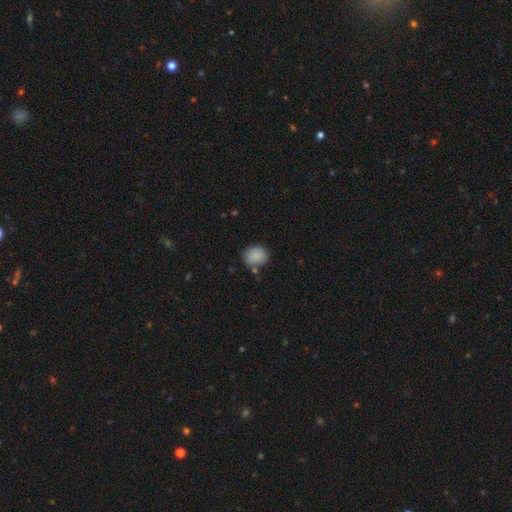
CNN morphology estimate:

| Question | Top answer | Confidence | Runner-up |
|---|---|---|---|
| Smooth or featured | smooth | 86% | star or artifact (8%) |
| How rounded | round | 62% | in between (37%) |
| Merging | none | 72% | minor disturbance (16%) |